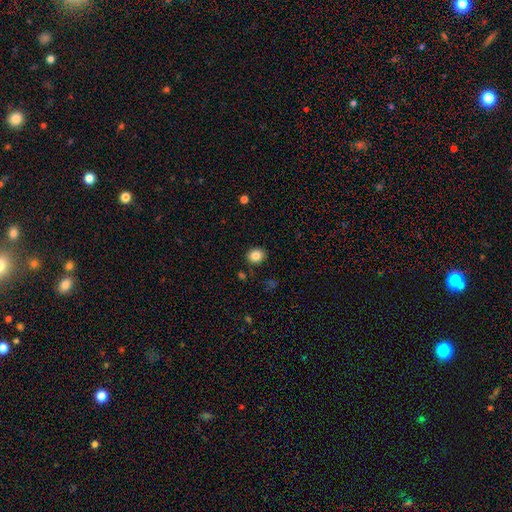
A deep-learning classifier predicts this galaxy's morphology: Q: Smooth or featured?
A: smooth (84%); runner-up: star or artifact (10%)
Q: How rounded?
A: round (70%); runner-up: in between (29%)
Q: Merging?
A: none (88%); runner-up: minor disturbance (8%)